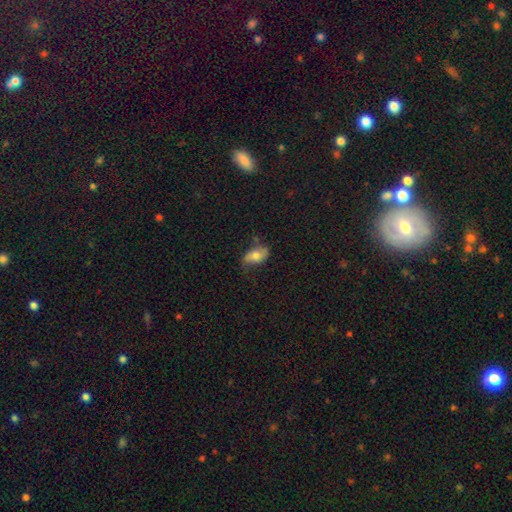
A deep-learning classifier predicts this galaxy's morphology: This appears to be a smooth galaxy with no disk features (61%) that is in between round and cigar-shaped (90%). Merging: none (56%).